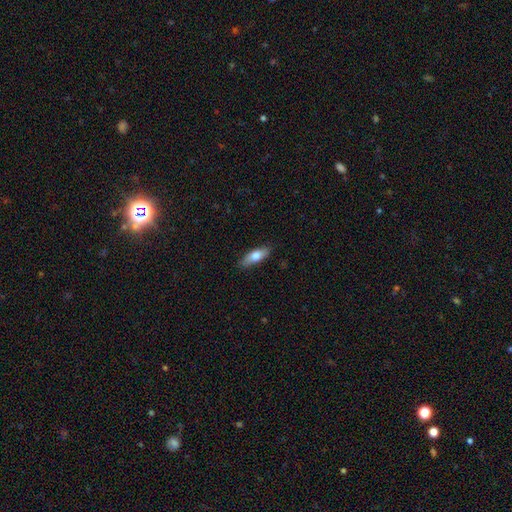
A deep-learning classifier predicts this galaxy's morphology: Smooth or featured?
  - smooth: 73% *
  - featured or disk: 21%
  - star or artifact: 6%
How rounded?
  - in between: 62% *
  - cigar-shaped: 36%
  - round: 2%
Merging?
  - none: 84% *
  - minor disturbance: 13%
  - major disturbance: 2%
  - merger: 1%